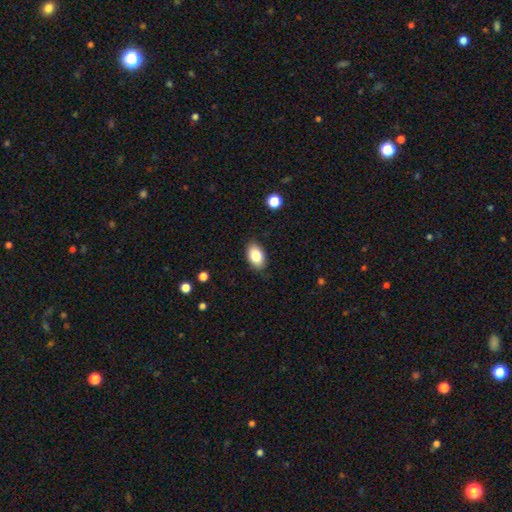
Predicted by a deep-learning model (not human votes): Smooth or featured: smooth — 84% (featured or disk — 9%)
How rounded: in between — 91% (round — 7%)
Merging: none — 85% (minor disturbance — 11%)